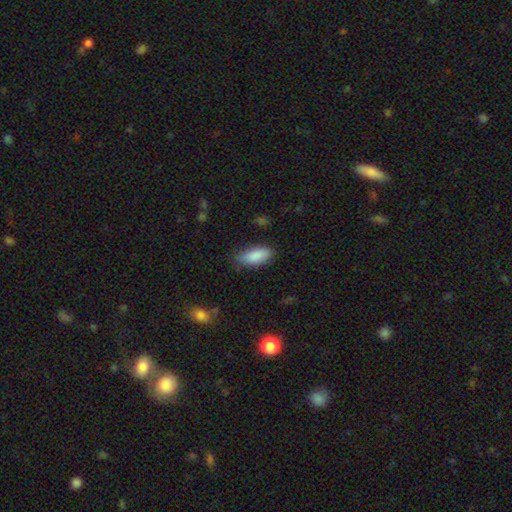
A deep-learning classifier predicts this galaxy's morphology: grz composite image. It shows a smooth galaxy with no disk features (88%) that is in between round and cigar-shaped (84%). Merging: none (70%).